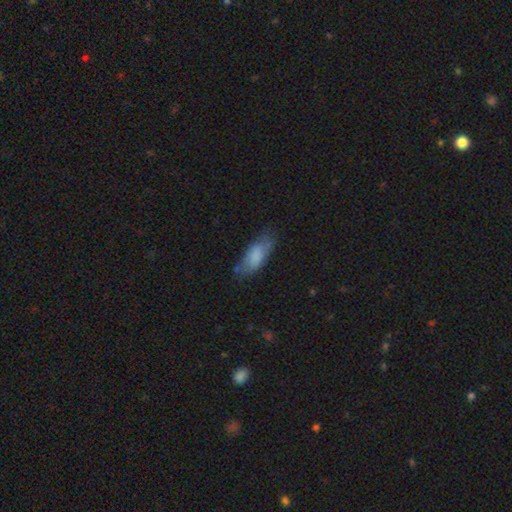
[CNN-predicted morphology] The model was most divided on "merging": none: 61%, minor disturbance: 27%, major disturbance: 9%, merger: 3%. More confident: how rounded — in between (80%); smooth or featured — smooth (77%).